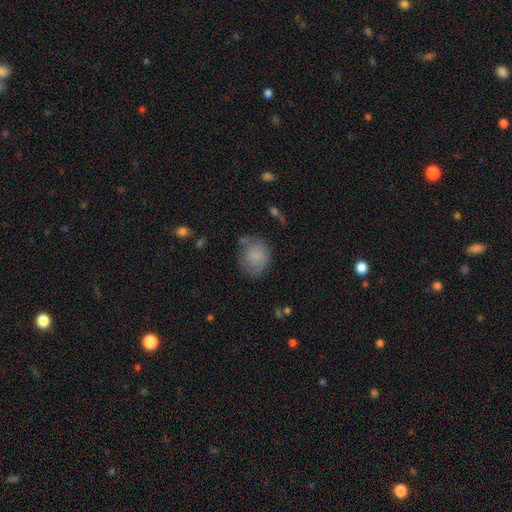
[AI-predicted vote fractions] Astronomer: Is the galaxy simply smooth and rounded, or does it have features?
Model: smooth — 78%.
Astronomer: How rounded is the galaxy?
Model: round — 66%.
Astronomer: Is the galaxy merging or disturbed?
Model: none — 58%.